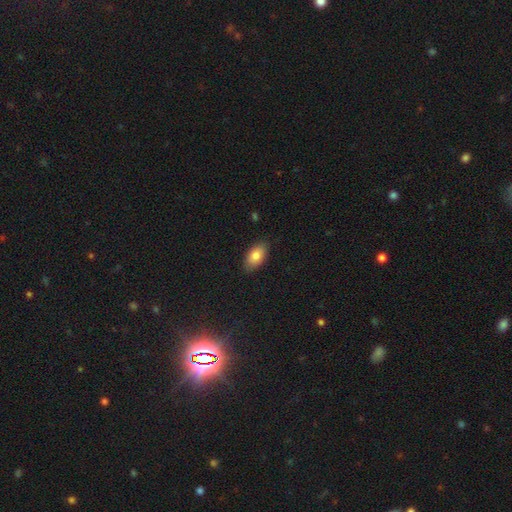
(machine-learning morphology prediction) Smooth or featured? smooth (81%)
How rounded? in between (92%)
Merging? none (85%)